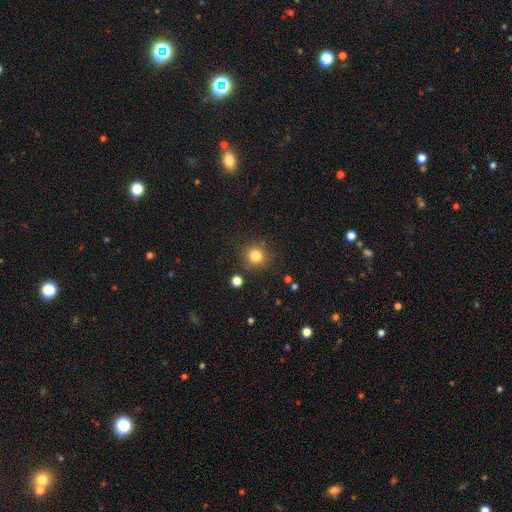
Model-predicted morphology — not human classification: smooth_or_featured: smooth (p=0.81) [alt: star or artifact p=0.13]
how_rounded: round (p=0.90) [alt: in between p=0.09]
merging: none (p=0.85) [alt: minor disturbance p=0.09]